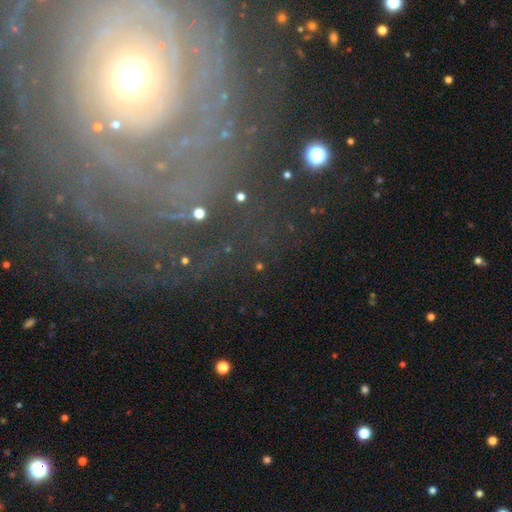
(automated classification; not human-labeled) Smooth or featured? Predicted: featured or disk (p=0.78). Edge-on disk? Predicted: no (p=0.95). Bar? Predicted: no (p=0.75). Spiral arms? Predicted: yes (p=0.80). Spiral winding? Predicted: tight (p=0.77). Spiral arm count? Predicted: can't tell (p=0.40). Bulge size? Predicted: moderate (p=0.56). Merging? Predicted: none (p=0.70).